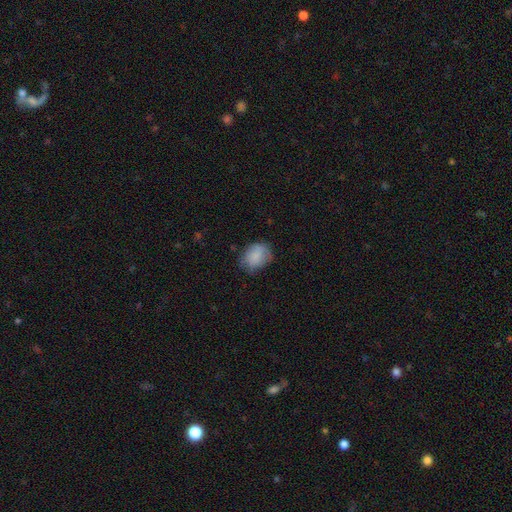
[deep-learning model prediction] Morphology: type=smooth (81%); roundness=in between (56%); merging=none (61%).